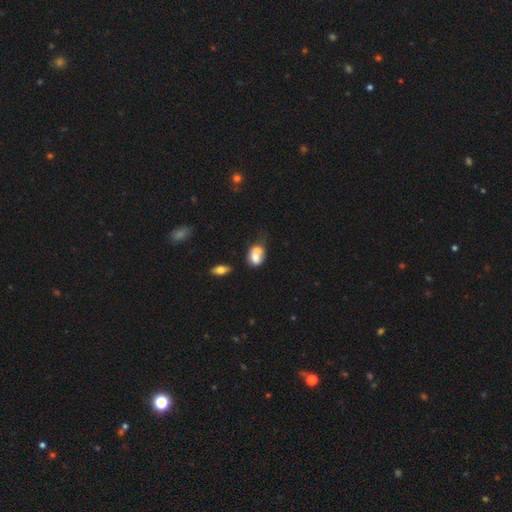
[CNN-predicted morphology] type=smooth (67%); roundness=in between (68%); merging=merger (49%).